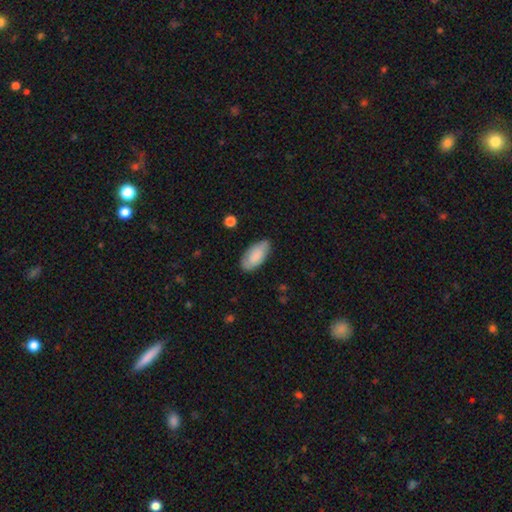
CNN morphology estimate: Smooth or featured?
  - smooth: 79% *
  - featured or disk: 15%
  - star or artifact: 6%
How rounded?
  - in between: 93% *
  - cigar-shaped: 5%
  - round: 2%
Merging?
  - none: 74% *
  - minor disturbance: 21%
  - major disturbance: 4%
  - merger: 1%